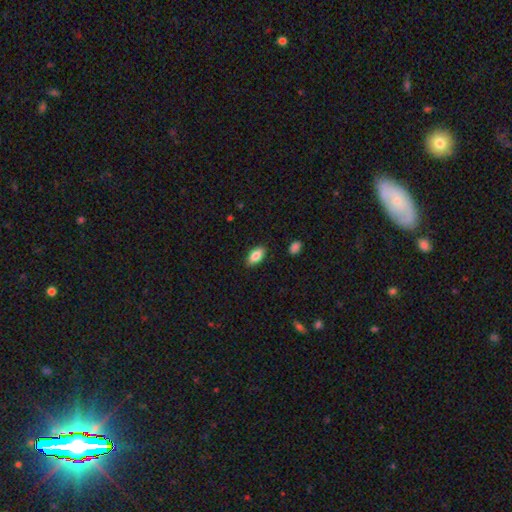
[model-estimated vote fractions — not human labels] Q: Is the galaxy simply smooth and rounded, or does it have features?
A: smooth — 84%.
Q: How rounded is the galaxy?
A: in between — 90%.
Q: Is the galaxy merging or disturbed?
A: none — 87%.